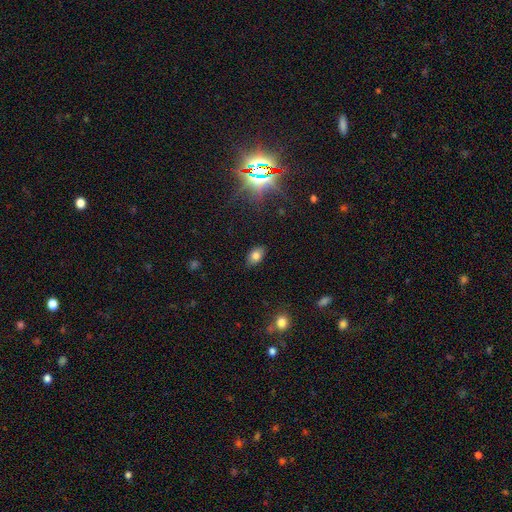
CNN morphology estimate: Smooth or featured?
  - smooth: 76% *
  - star or artifact: 14%
  - featured or disk: 11%
How rounded?
  - in between: 87% *
  - round: 11%
  - cigar-shaped: 2%
Merging?
  - none: 86% *
  - minor disturbance: 11%
  - major disturbance: 2%
  - merger: 1%